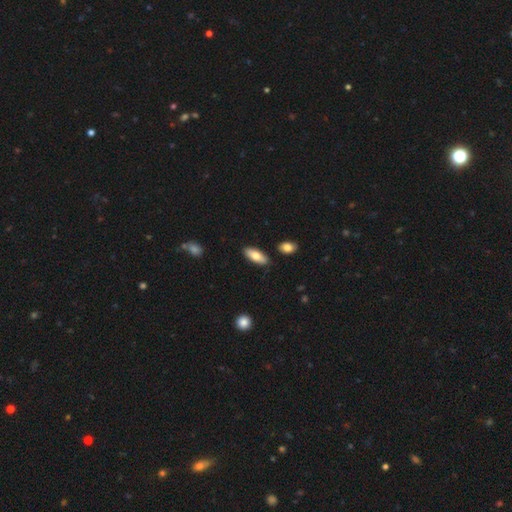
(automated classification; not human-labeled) This is likely a smooth galaxy (78%). How rounded: likely in between (77%). Merging: clearly none (86%).